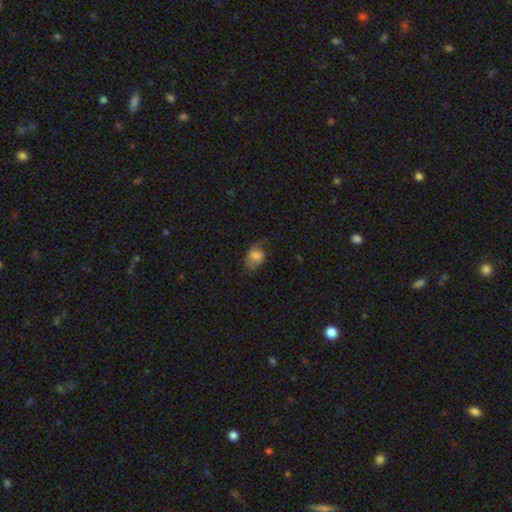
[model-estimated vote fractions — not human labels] Smooth or featured: smooth — 72% (featured or disk — 18%)
How rounded: in between — 64% (round — 35%)
Merging: none — 47% (minor disturbance — 30%)